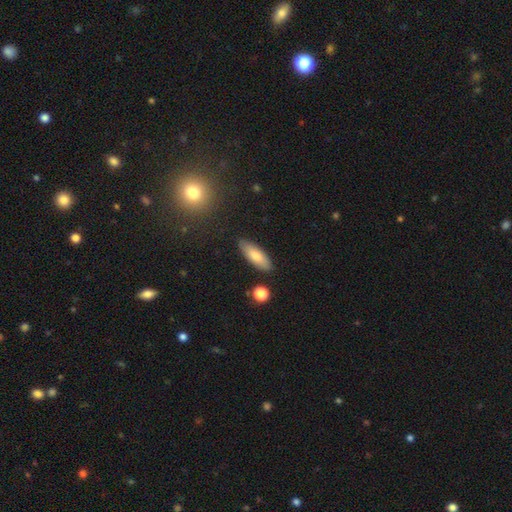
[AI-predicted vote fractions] Smooth or featured: smooth — 74% (featured or disk — 18%)
How rounded: in between — 63% (cigar-shaped — 35%)
Merging: none — 86% (minor disturbance — 9%)